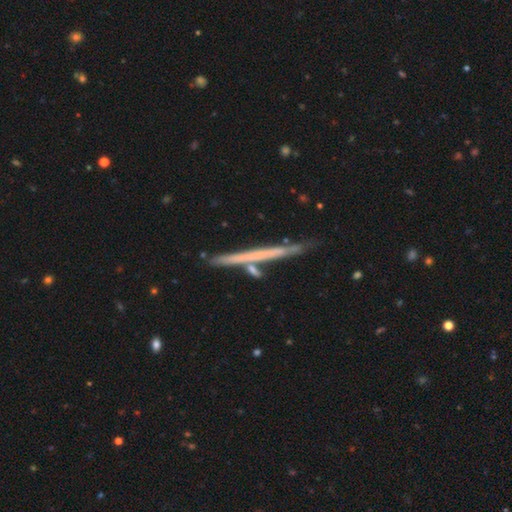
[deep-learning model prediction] Smooth or featured?
  - featured or disk: 59% *
  - smooth: 35%
  - star or artifact: 7%
Edge-on disk?
  - yes: 97% *
  - no: 3%
Edge-on bulge?
  - none: 89% *
  - rounded: 8%
  - boxy: 3%
Merging?
  - none: 82% *
  - minor disturbance: 11%
  - merger: 5%
  - major disturbance: 2%